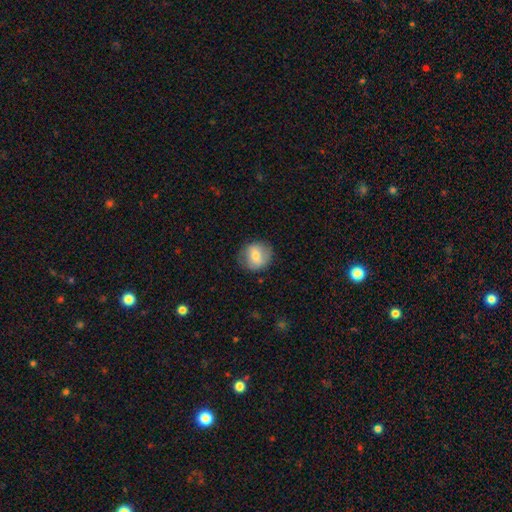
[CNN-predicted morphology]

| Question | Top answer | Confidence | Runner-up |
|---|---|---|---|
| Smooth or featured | smooth | 65% | featured or disk (27%) |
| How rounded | round | 83% | in between (16%) |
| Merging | none | 81% | minor disturbance (14%) |